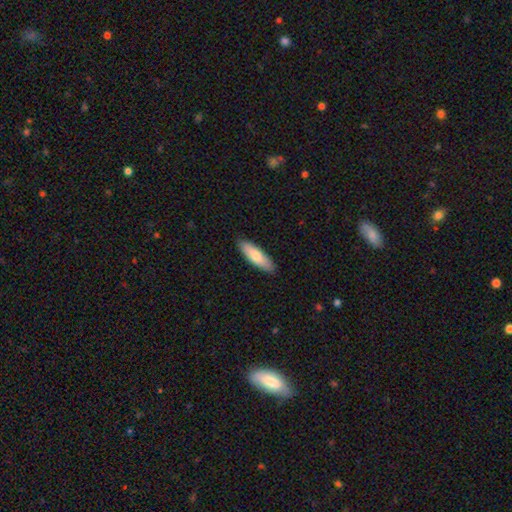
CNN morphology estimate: This appears to be a smooth galaxy with no disk features (78%) that is cigar-shaped (53%). Merging: none (89%).